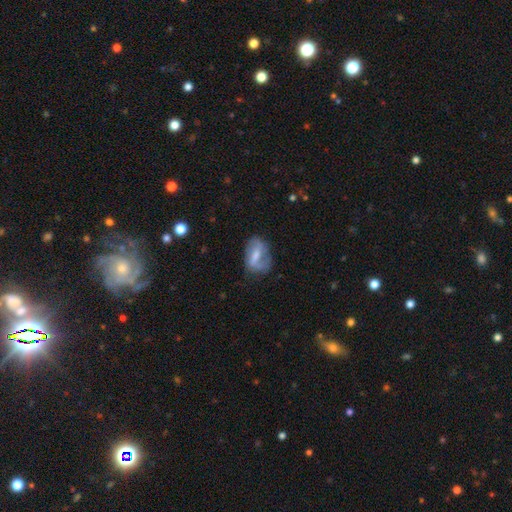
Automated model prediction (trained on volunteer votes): Morphology: type=featured or disk (59%); edge-on=no (95%); bar=weak (44%); spiral arms=yes (73%); bulge=moderate (38%); merging=none (54%).